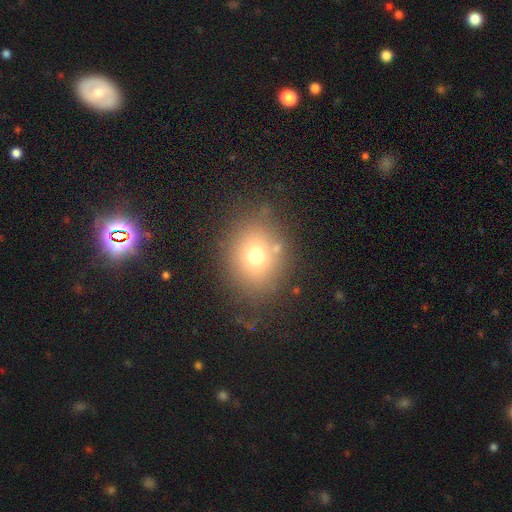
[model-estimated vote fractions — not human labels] smooth 69%, star or artifact 17%, featured or disk 14%. Down the decision tree: how rounded — round (69%); merging — none (78%).